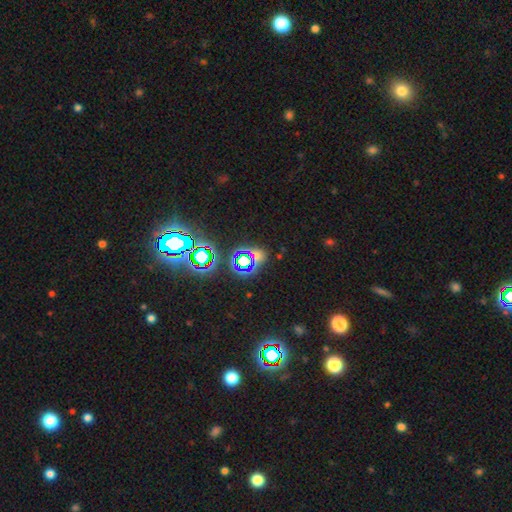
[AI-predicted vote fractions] Overall: star or artifact (59%; smooth 30%).